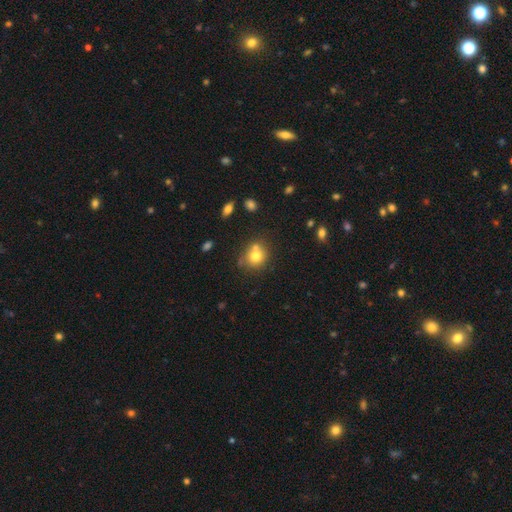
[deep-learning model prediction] The model was most divided on "merging": none: 55%, merger: 28%, minor disturbance: 13%, major disturbance: 4%. More confident: how rounded — round (80%); smooth or featured — smooth (75%).